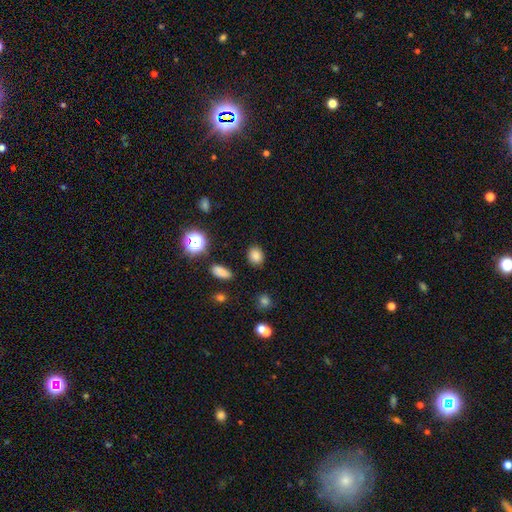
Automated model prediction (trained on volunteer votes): Q: Smooth or featured?
A: smooth (81%); runner-up: star or artifact (14%)
Q: How rounded?
A: round (57%); runner-up: in between (41%)
Q: Merging?
A: none (86%); runner-up: minor disturbance (9%)